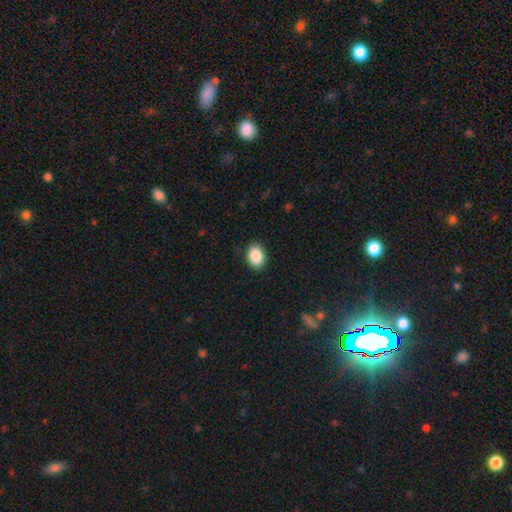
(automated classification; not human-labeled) Overall: smooth (89%). How rounded: in between (83%). Merging: none (89%).